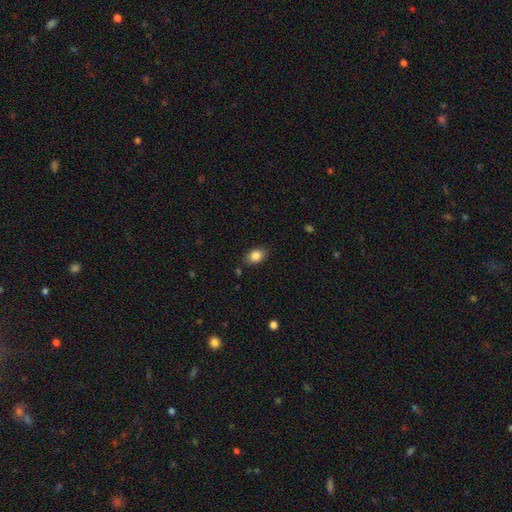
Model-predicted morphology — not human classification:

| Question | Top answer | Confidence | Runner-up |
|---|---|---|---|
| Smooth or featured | smooth | 85% | star or artifact (8%) |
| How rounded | in between | 81% | round (18%) |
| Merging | none | 83% | minor disturbance (12%) |